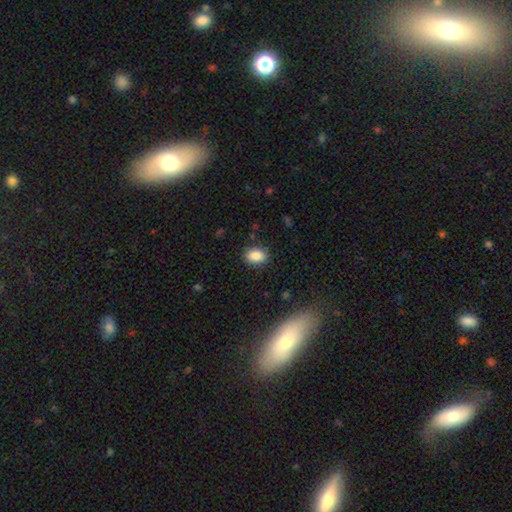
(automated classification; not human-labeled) The model was most divided on "how rounded": in between: 77%, round: 22%, cigar-shaped: 1%. More confident: merging — none (87%); smooth or featured — smooth (87%).